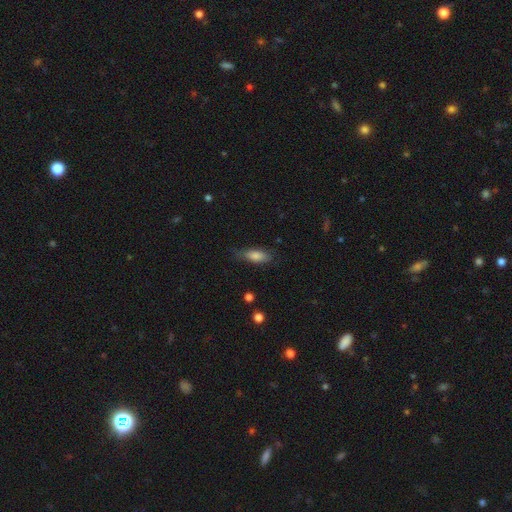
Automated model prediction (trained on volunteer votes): This appears to be a smooth galaxy with no disk features (80%) that is in between round and cigar-shaped (71%). Merging: none (70%).